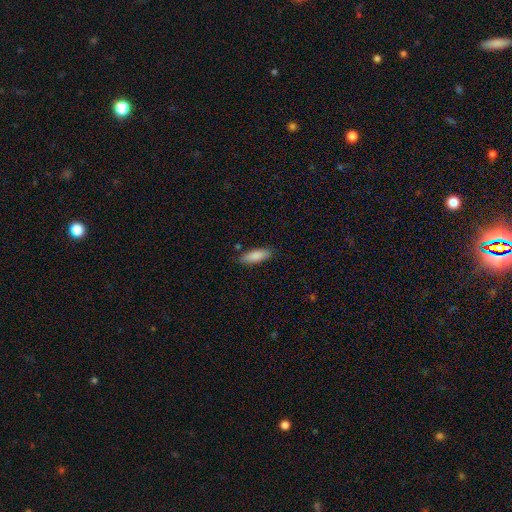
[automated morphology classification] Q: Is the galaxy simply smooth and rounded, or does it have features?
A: smooth — 87%.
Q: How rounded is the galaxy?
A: in between — 62%.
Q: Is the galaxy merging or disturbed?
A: none — 83%.